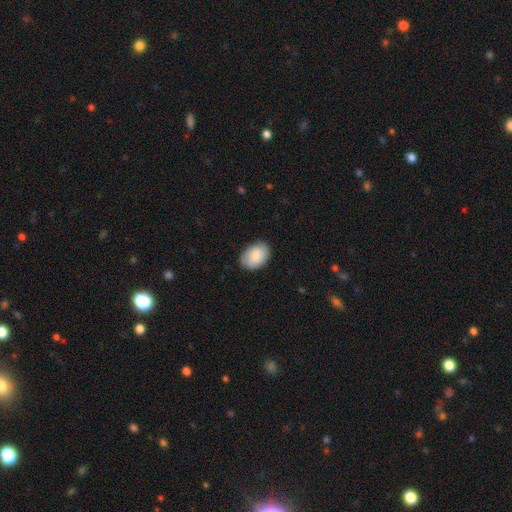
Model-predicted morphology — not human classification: smooth_or_featured: smooth (p=0.86) [alt: featured or disk p=0.08]
how_rounded: in between (p=0.83) [alt: round p=0.16]
merging: none (p=0.83) [alt: minor disturbance p=0.13]